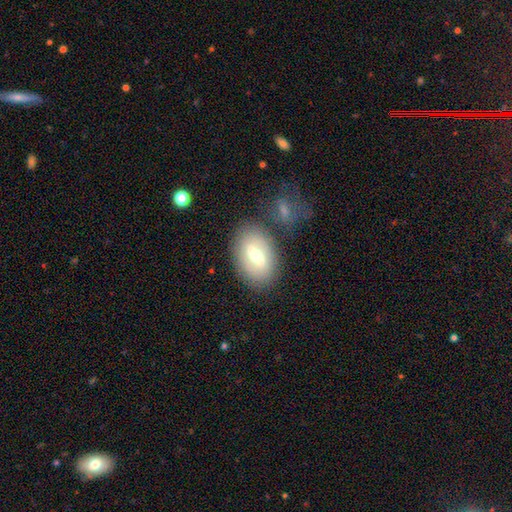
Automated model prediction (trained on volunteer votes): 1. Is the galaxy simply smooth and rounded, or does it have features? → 50% featured or disk, 43% smooth, 7% star or artifact.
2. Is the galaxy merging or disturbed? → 78% none, 12% minor disturbance, 6% merger, 4% major disturbance.